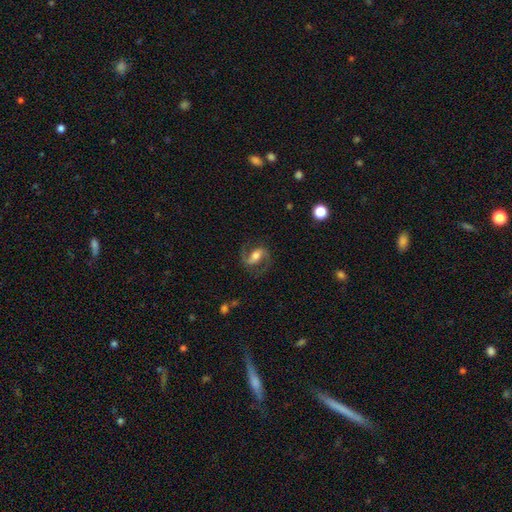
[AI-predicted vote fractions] smooth-or-featured: featured or disk: 85% | smooth: 9% | star or artifact: 6%
  disk-edge-on: no: 97% | yes: 3%
    bar: strong: 43% | weak: 38% | no: 19%
    has-spiral-arms: yes: 96% | no: 4%
      spiral-winding: medium: 57% | loose: 29% | tight: 14%
      spiral-arm-count: 2: 93% | 1: 2% | can't tell: 2% | 3: 1% | 4: 1% | more than 4: 1%
    bulge-size: moderate: 64% | small: 18% | large: 14% | none: 2% | dominant: 2%
  merging: none: 78% | minor disturbance: 13% | major disturbance: 8% | merger: 1%